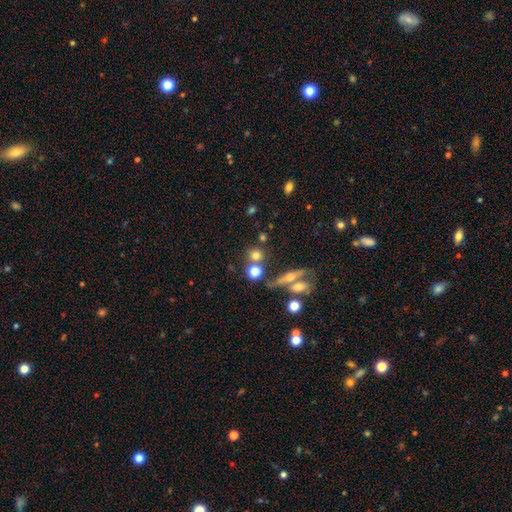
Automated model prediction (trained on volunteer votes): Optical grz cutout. It shows a smooth galaxy with no disk features (70%) that is round (85%). Merging: none (63%).